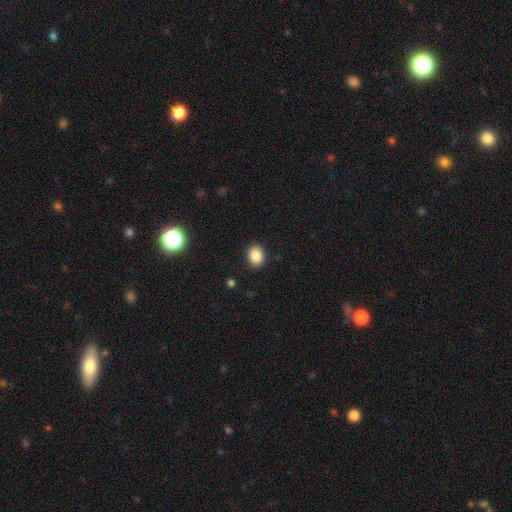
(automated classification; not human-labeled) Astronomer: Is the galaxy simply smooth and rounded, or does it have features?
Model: smooth — 87%.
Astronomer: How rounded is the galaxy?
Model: in between — 61% (runner-up: round, 39%).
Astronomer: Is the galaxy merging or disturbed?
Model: none — 89%.